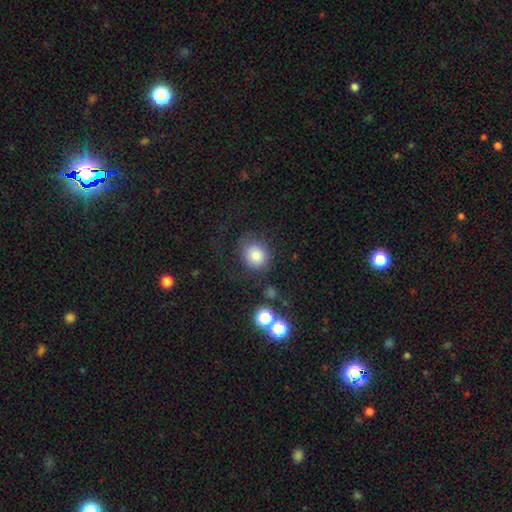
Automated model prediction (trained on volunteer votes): Overall: smooth (79%). How rounded: round (74%). Merging: none (69%).